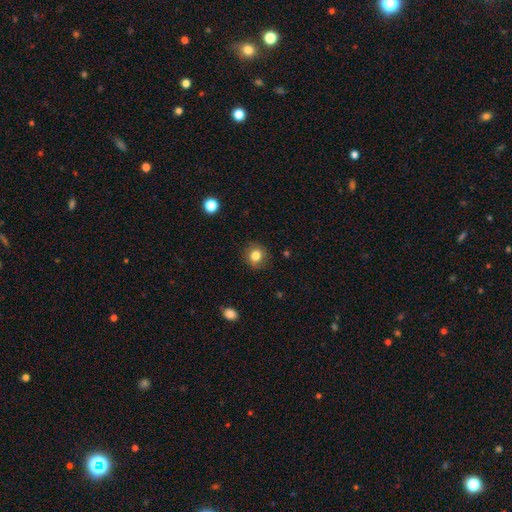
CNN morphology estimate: smooth-or-featured: smooth: 82% | star or artifact: 11% | featured or disk: 7%
  how-rounded: round: 86% | in between: 13% | cigar-shaped: 1%
  merging: none: 87% | minor disturbance: 9% | major disturbance: 2% | merger: 1%